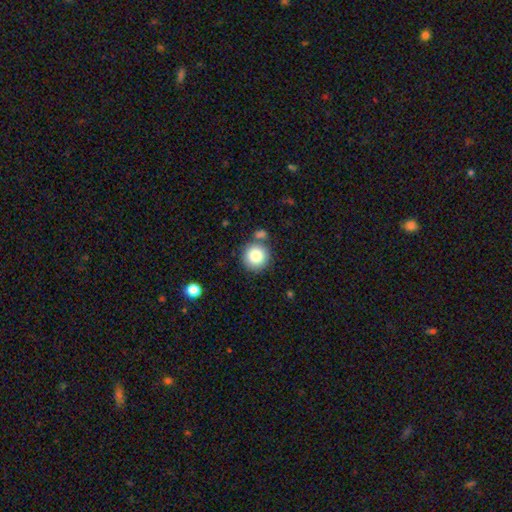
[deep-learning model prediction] This appears to be a smooth galaxy with no disk features (82%) that is round (94%). Merging: none (76%).